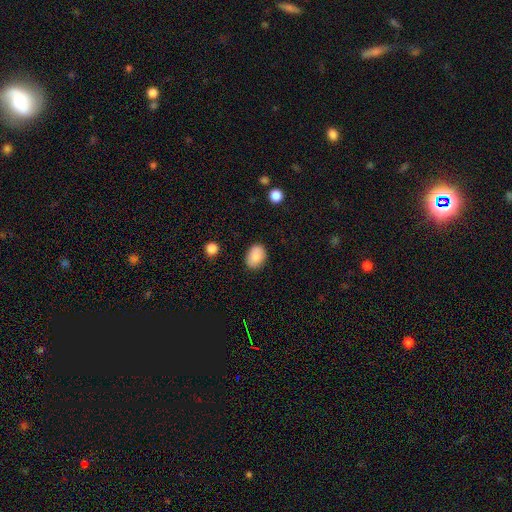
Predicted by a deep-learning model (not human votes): Smooth or featured? smooth (87%)
How rounded? in between (74%)
Merging? none (85%)